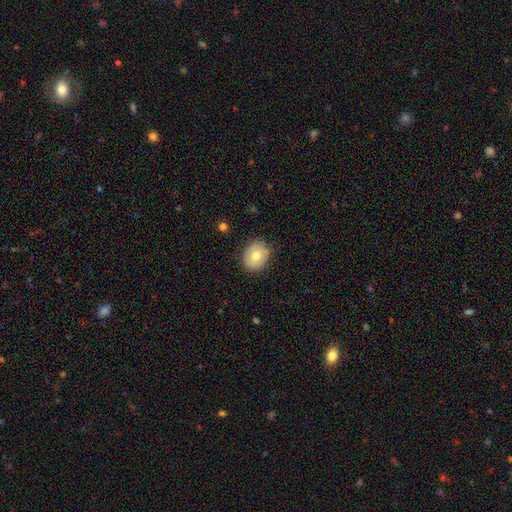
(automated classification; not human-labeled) Smooth or featured? smooth (71%)
How rounded? round (55%)
Merging? none (86%)